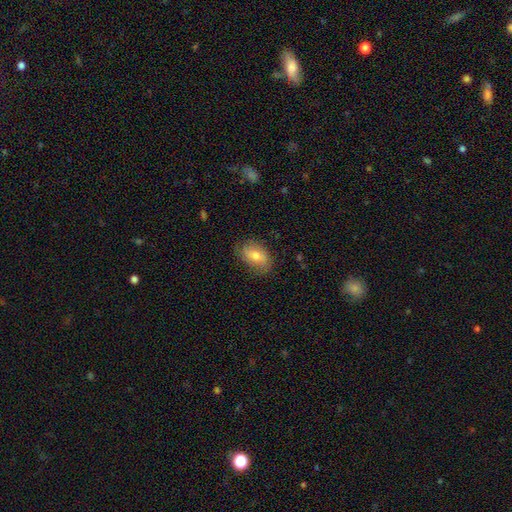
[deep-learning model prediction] Morphology: type=smooth (66%); roundness=in between (85%); merging=none (76%).